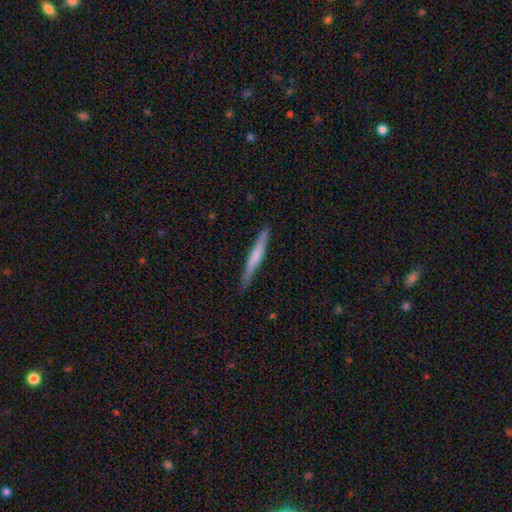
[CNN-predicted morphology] type=smooth (54%); roundness=cigar-shaped (95%); merging=none (86%).